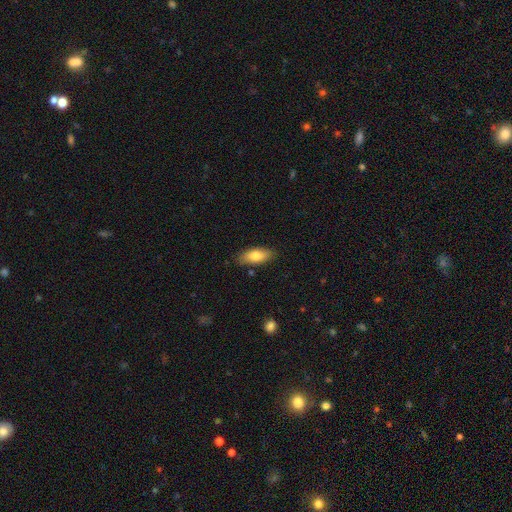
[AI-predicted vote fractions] Smooth or featured: smooth — 78% (featured or disk — 15%)
How rounded: in between — 81% (cigar-shaped — 16%)
Merging: none — 84% (minor disturbance — 12%)